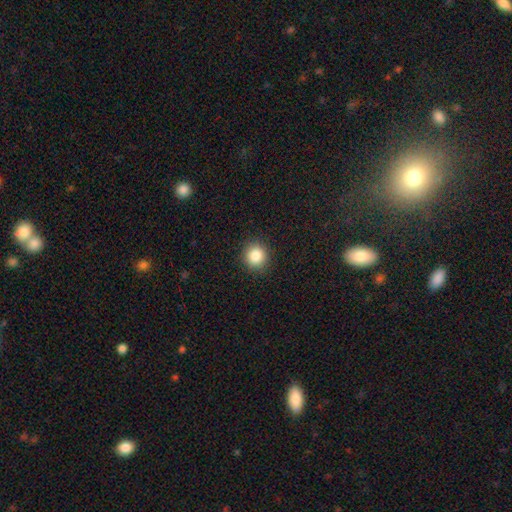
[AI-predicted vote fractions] smooth 86%, star or artifact 10%, featured or disk 4%. Down the decision tree: how rounded — round (90%); merging — none (91%).